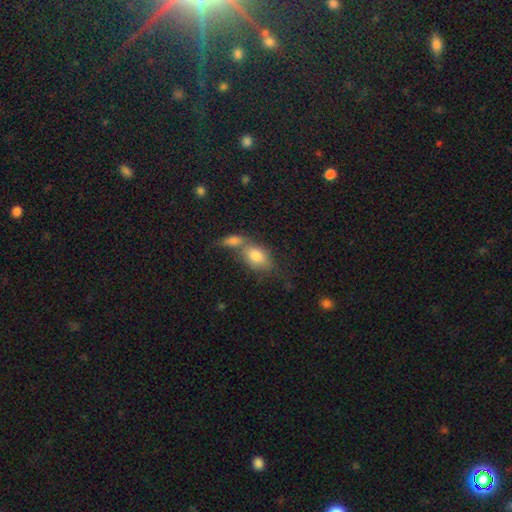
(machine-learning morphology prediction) Smooth or featured?
  - smooth: 78% *
  - featured or disk: 13%
  - star or artifact: 8%
How rounded?
  - in between: 80% *
  - round: 17%
  - cigar-shaped: 3%
Merging?
  - merger: 49% *
  - none: 34%
  - minor disturbance: 12%
  - major disturbance: 6%